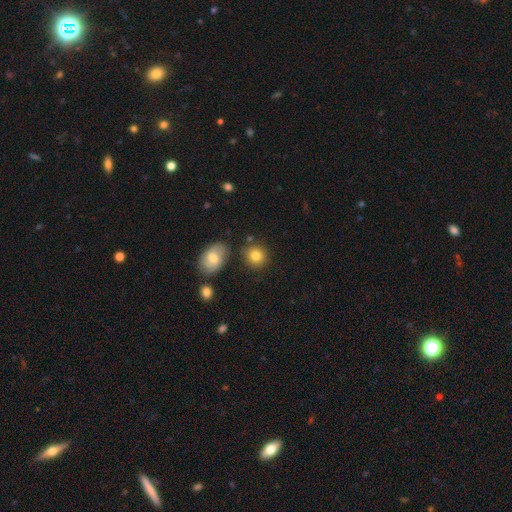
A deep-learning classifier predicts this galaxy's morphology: smooth 83%, star or artifact 9%, featured or disk 8%. Down the decision tree: how rounded — round (83%); merging — none (81%).